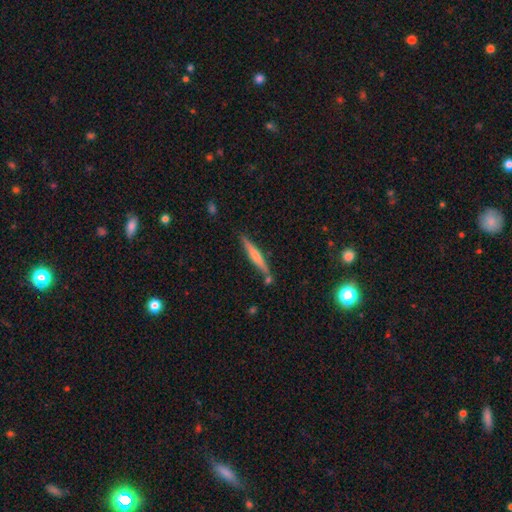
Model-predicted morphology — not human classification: Q: Smooth or featured?
A: smooth (52%); runner-up: featured or disk (43%)
Q: How rounded?
A: cigar-shaped (94%); runner-up: in between (5%)
Q: Merging?
A: none (79%); runner-up: minor disturbance (12%)